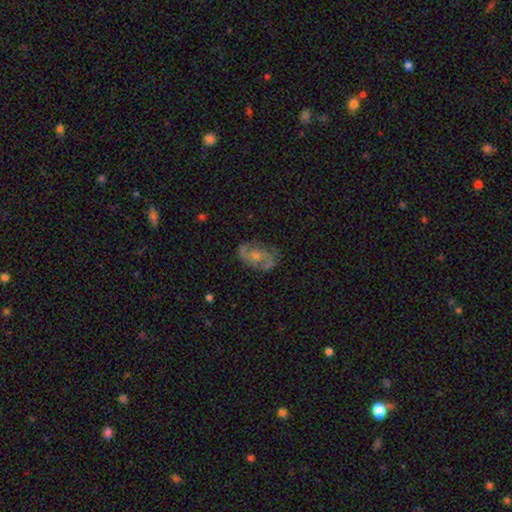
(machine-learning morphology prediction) type=featured or disk (72%); edge-on=no (96%); bar=no (71%); spiral arms=yes (82%); winding=medium (47%); arm count=2 (71%); bulge=moderate (51%); merging=none (72%).